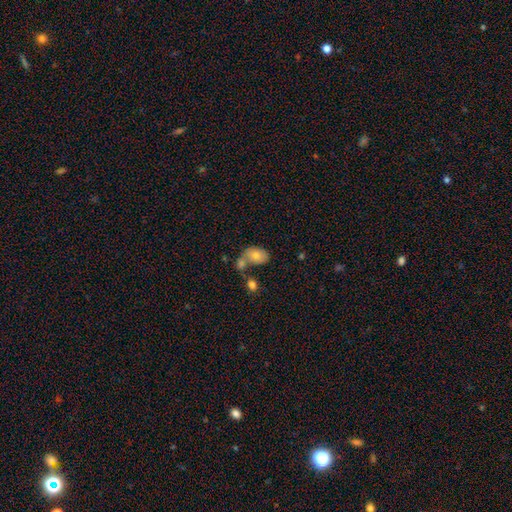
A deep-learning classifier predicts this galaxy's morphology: Overall: smooth (75%). How rounded: in between (84%). Merging: none (40%; merger 38%).